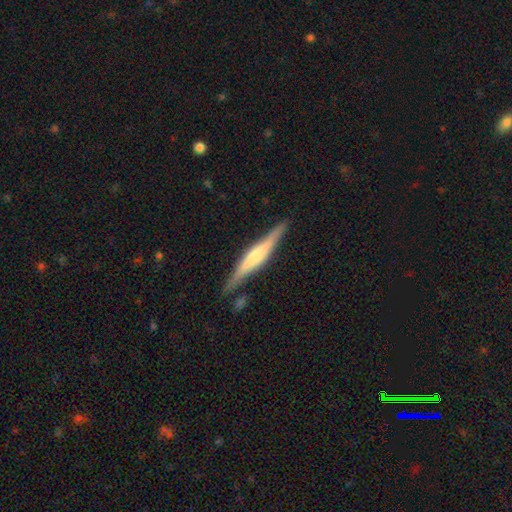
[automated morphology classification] Smooth or featured?
  - featured or disk: 66% *
  - smooth: 29%
  - star or artifact: 6%
Edge-on disk?
  - yes: 97% *
  - no: 3%
Edge-on bulge?
  - rounded: 53% *
  - boxy: 32%
  - none: 14%
Merging?
  - none: 85% *
  - minor disturbance: 10%
  - major disturbance: 2%
  - merger: 2%